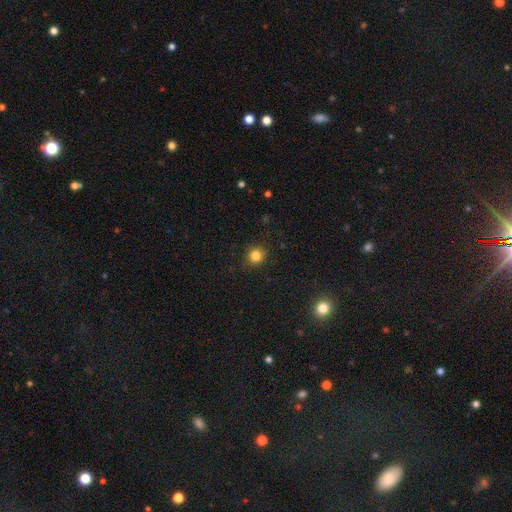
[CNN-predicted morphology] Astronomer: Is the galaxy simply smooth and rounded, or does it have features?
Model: smooth — 82%.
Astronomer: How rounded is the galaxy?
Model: round — 87%.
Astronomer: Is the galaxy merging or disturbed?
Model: none — 88%.